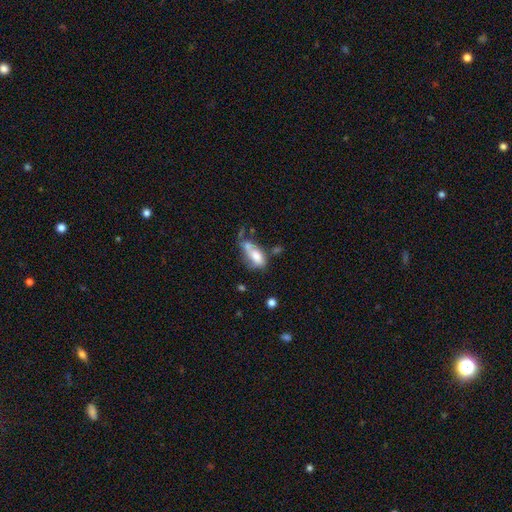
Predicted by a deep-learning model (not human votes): Smooth or featured?
  - smooth: 63% *
  - featured or disk: 27%
  - star or artifact: 9%
How rounded?
  - in between: 83% *
  - cigar-shaped: 11%
  - round: 5%
Merging?
  - merger: 34% *
  - major disturbance: 24%
  - none: 22%
  - minor disturbance: 20%